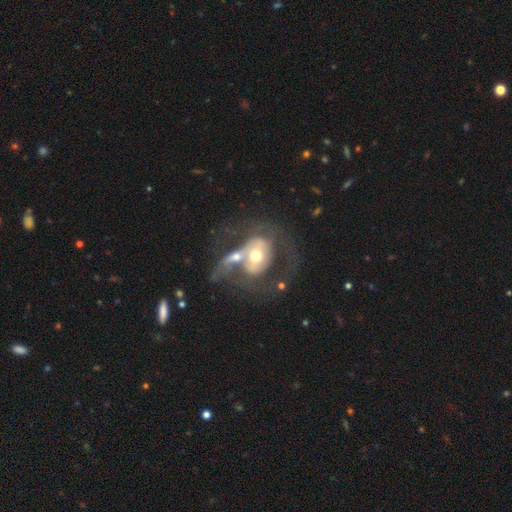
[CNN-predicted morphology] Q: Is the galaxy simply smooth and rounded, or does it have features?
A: featured or disk — 68%.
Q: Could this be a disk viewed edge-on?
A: no — 95%.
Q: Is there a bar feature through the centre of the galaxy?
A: no — 60%.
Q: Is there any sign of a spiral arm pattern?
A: yes — 52%.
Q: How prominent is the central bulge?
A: moderate — 67%.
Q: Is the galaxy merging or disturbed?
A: merger — 41%.